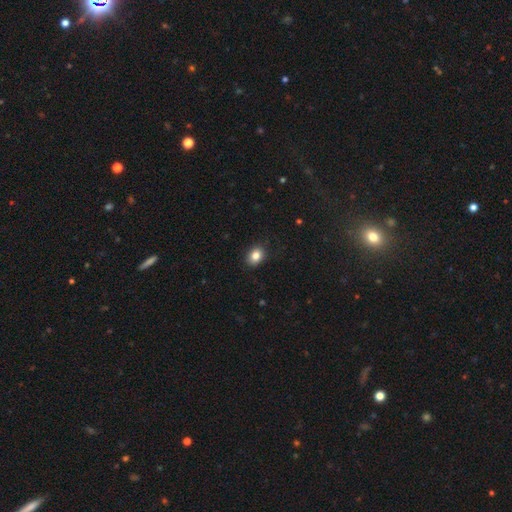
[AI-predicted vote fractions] A smooth galaxy with no disk features (84%) that is in between round and cigar-shaped (57%). Merging: none (88%).